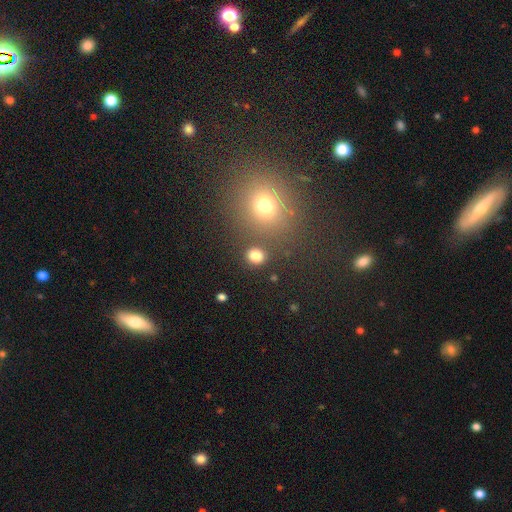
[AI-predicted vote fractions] Smooth or featured?
  - smooth: 81% *
  - star or artifact: 14%
  - featured or disk: 5%
How rounded?
  - round: 76% *
  - in between: 23%
  - cigar-shaped: 1%
Merging?
  - none: 84% *
  - minor disturbance: 7%
  - merger: 6%
  - major disturbance: 3%